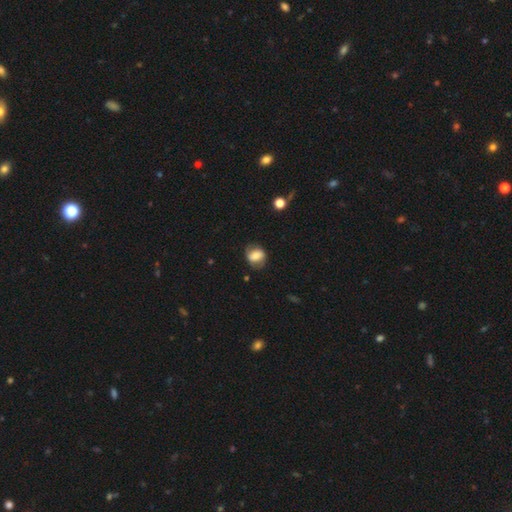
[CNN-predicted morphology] A smooth galaxy with no disk features (59%) that is round (51%).

Vote fractions:
- Smooth or featured? smooth: 59% / featured or disk: 32% / star or artifact: 9%
- How rounded? round: 51% / in between: 48% / cigar-shaped: 1%
- Merging? none: 68% / minor disturbance: 21% / major disturbance: 9% / merger: 2%